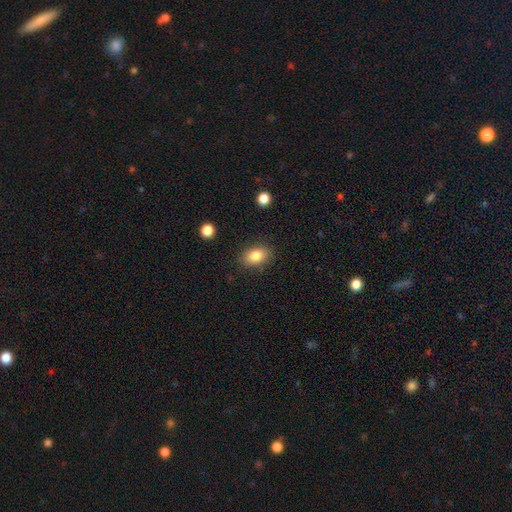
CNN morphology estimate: Q: Smooth or featured?
A: smooth (84%); runner-up: star or artifact (8%)
Q: How rounded?
A: in between (84%); runner-up: round (14%)
Q: Merging?
A: none (86%); runner-up: minor disturbance (10%)